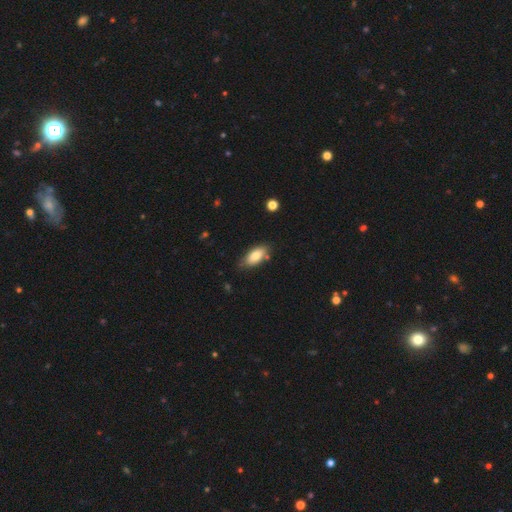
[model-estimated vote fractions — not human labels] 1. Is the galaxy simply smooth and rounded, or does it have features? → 77% smooth, 16% featured or disk, 7% star or artifact.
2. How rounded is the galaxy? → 89% in between, 8% cigar-shaped, 3% round.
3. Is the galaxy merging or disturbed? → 75% none, 18% minor disturbance, 4% merger, 3% major disturbance.